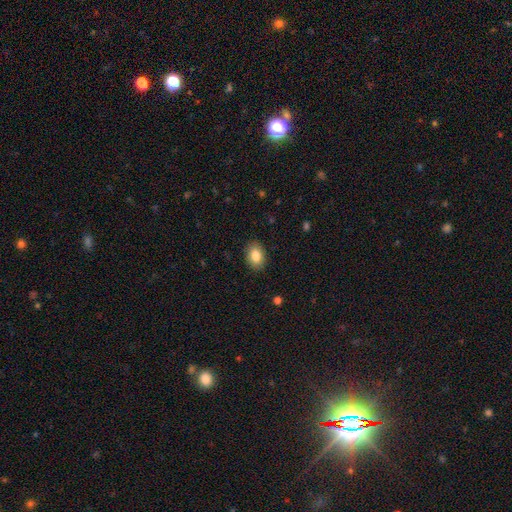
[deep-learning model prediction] The model was most divided on "how rounded": in between: 77%, round: 22%, cigar-shaped: 1%. More confident: merging — none (89%); smooth or featured — smooth (85%).